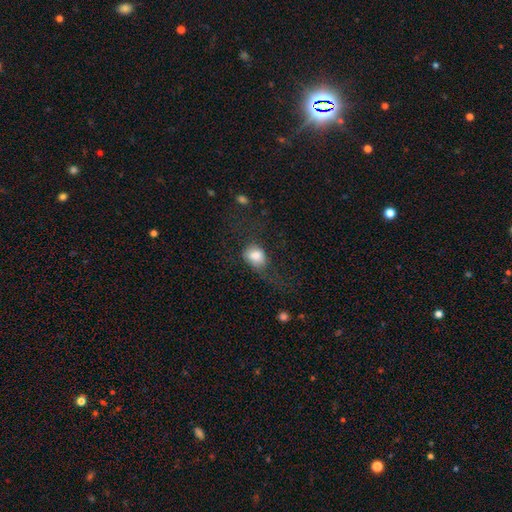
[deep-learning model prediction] Overall: smooth (77%). How rounded: in between (57%; round 41%). Merging: major disturbance (41%; none 31%).